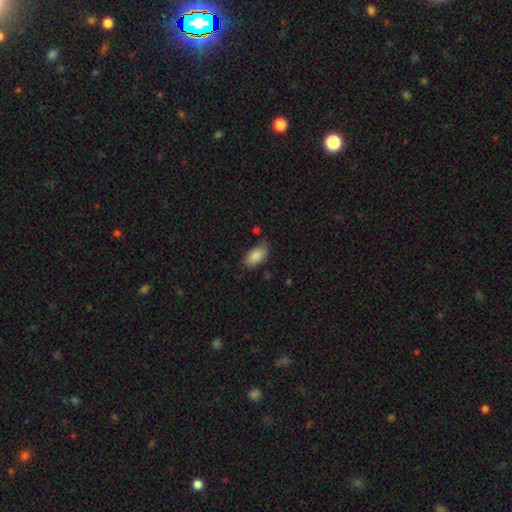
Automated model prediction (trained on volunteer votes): A smooth galaxy with no disk features (88%) that is in between round and cigar-shaped (94%). Merging: none (77%).